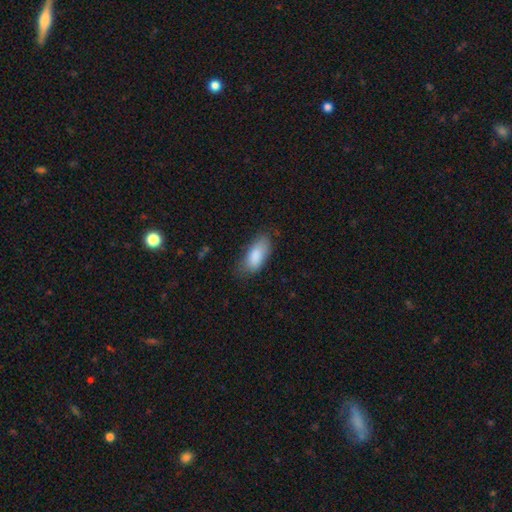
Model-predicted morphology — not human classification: This is clearly a smooth galaxy (86%). How rounded: clearly in between (87%). Merging: likely none (68%).